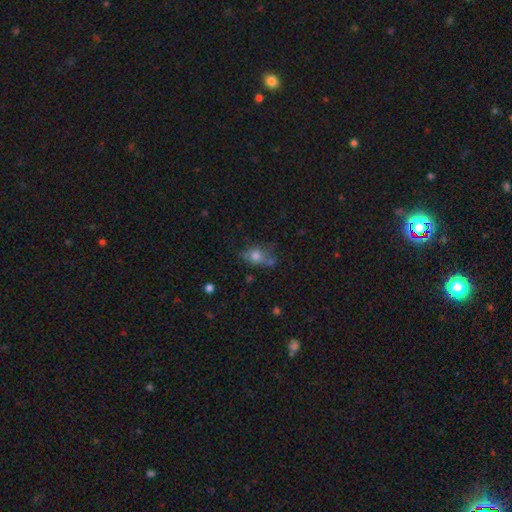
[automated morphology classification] Smooth or featured? smooth (72%)
How rounded? in between (56%)
Merging? none (51%)